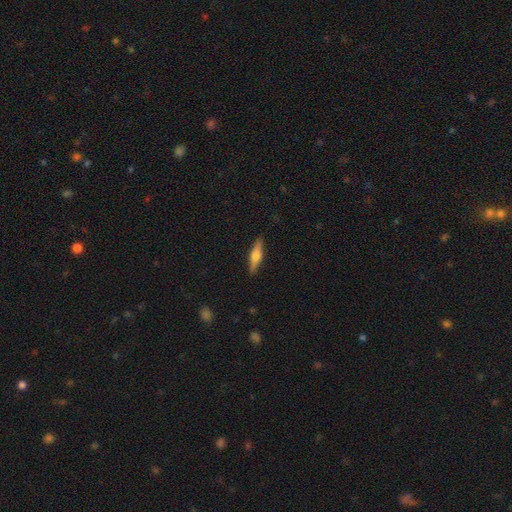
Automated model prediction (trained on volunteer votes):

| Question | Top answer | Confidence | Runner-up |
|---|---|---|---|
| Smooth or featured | featured or disk | 61% | smooth (33%) |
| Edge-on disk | yes | 96% | no (4%) |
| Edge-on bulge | rounded | 90% | boxy (8%) |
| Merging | none | 90% | minor disturbance (8%) |